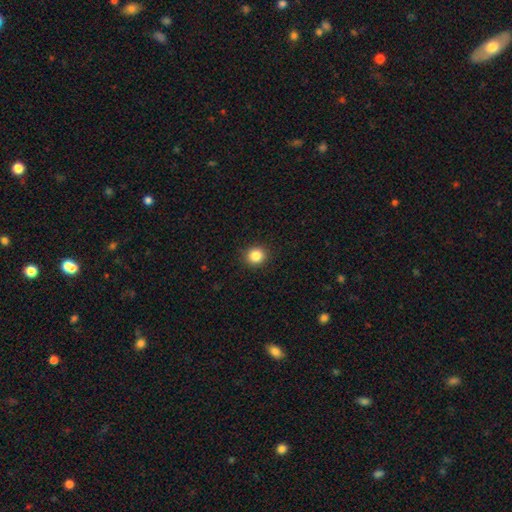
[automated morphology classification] type=smooth (85%); roundness=round (88%); merging=none (92%).